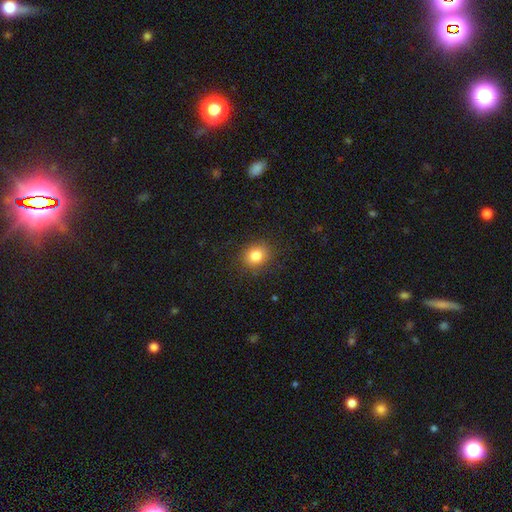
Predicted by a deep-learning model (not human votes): Smooth or featured? smooth (83%)
How rounded? round (65%)
Merging? none (87%)